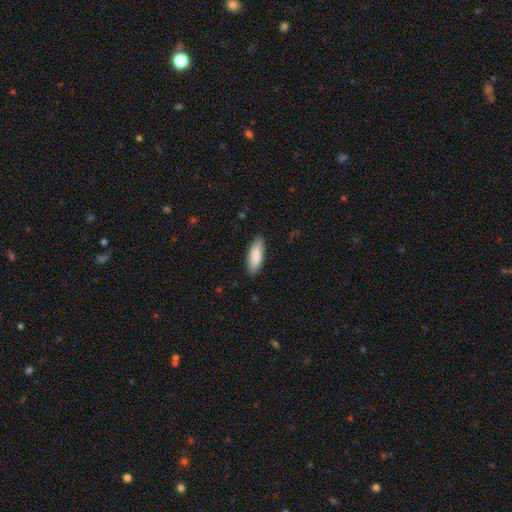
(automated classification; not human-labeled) Smooth or featured? Predicted: smooth (p=0.86). How rounded? Predicted: in between (p=0.67). Merging? Predicted: none (p=0.88).